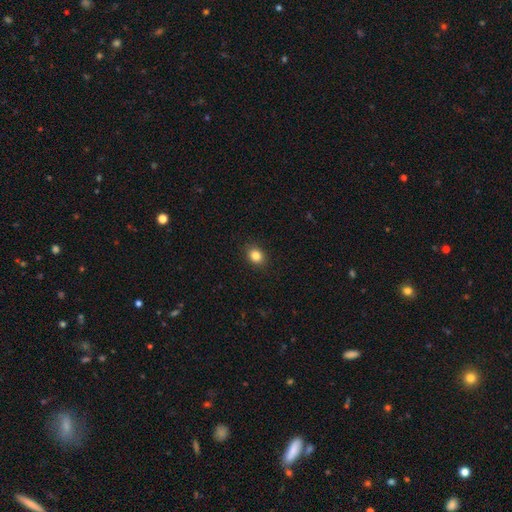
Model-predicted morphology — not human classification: smooth-or-featured: smooth: 85% | star or artifact: 10% | featured or disk: 5%
  how-rounded: round: 51% | in between: 48% | cigar-shaped: 1%
  merging: none: 90% | minor disturbance: 7% | major disturbance: 2% | merger: 1%